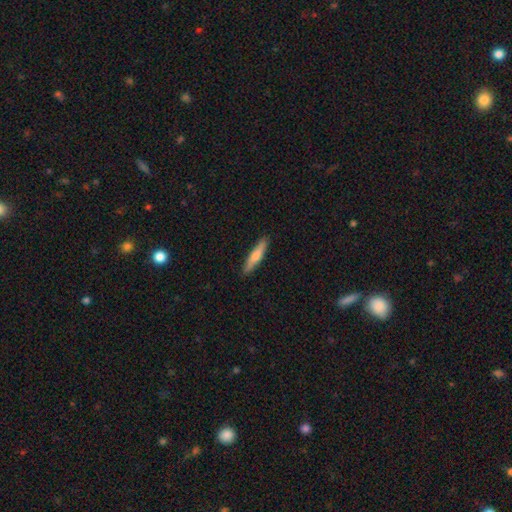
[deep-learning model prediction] A smooth galaxy with no disk features (64%) that is cigar-shaped (88%). Merging: none (90%).